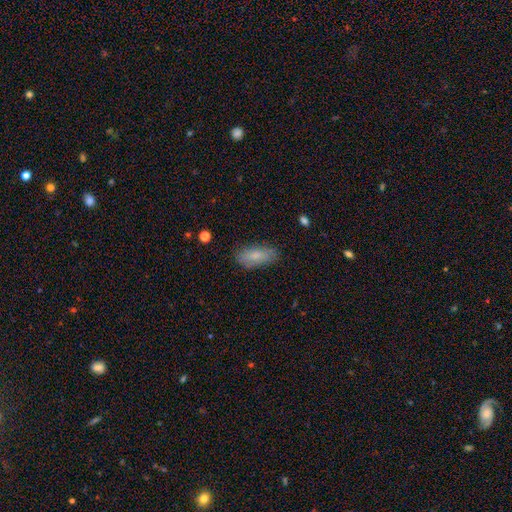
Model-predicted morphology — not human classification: A smooth galaxy with no disk features (80%) that is in between round and cigar-shaped (81%).

Vote fractions:
- Smooth or featured? smooth: 80% / featured or disk: 13% / star or artifact: 7%
- How rounded? in between: 81% / cigar-shaped: 17% / round: 2%
- Merging? none: 82% / minor disturbance: 14% / major disturbance: 3% / merger: 1%